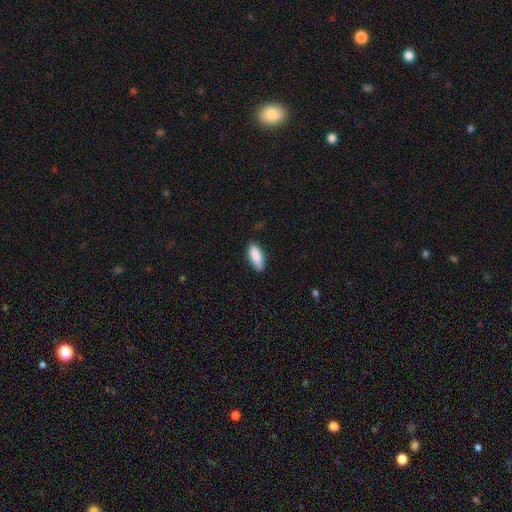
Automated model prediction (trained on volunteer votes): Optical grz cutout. It shows a smooth galaxy with no disk features (87%) that is in between round and cigar-shaped (70%). Merging: none (81%).